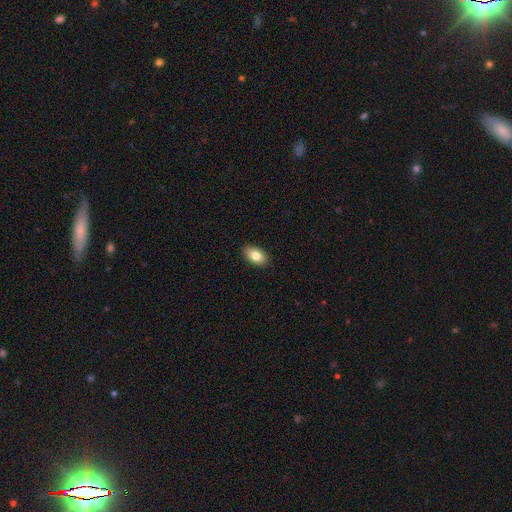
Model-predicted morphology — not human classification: Smooth or featured? smooth (81%)
How rounded? in between (92%)
Merging? none (90%)